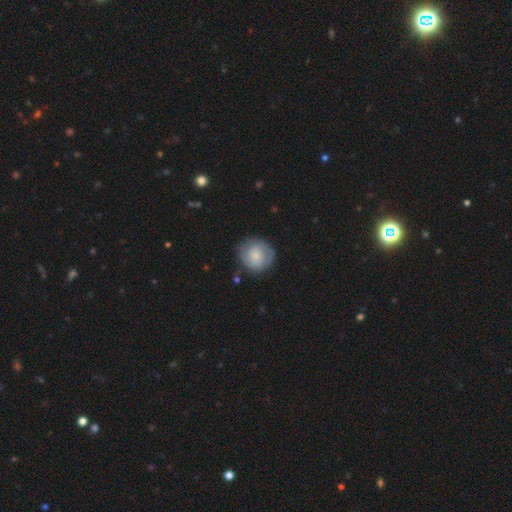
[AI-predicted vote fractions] Morphology: type=smooth (65%); roundness=round (89%); merging=none (73%).